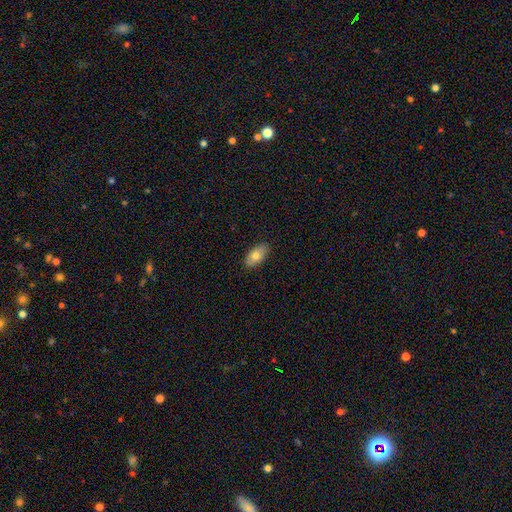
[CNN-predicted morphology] Smooth or featured? Predicted: smooth (p=0.76). How rounded? Predicted: in between (p=0.92). Merging? Predicted: none (p=0.88).